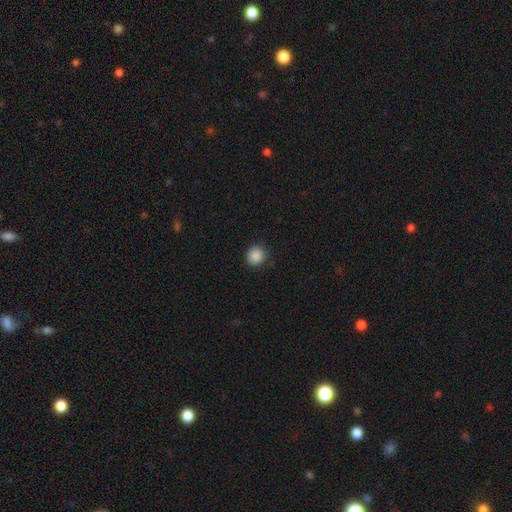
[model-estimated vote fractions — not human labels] smooth-or-featured: smooth: 88% | star or artifact: 9% | featured or disk: 2%
  how-rounded: round: 89% | in between: 10% | cigar-shaped: 1%
  merging: none: 89% | minor disturbance: 8% | major disturbance: 2% | merger: 1%